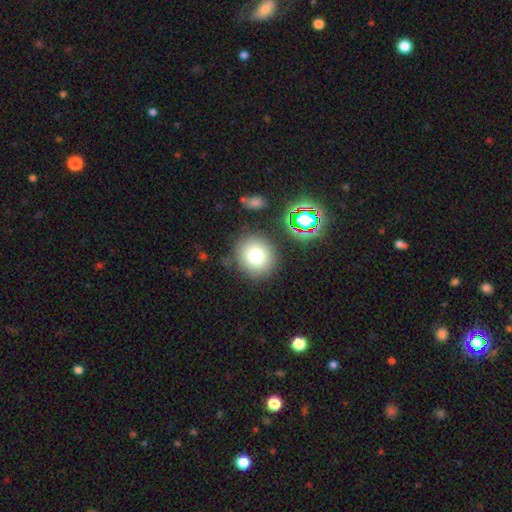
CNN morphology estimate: smooth 76%, star or artifact 14%, featured or disk 10%. Down the decision tree: how rounded — round (90%); merging — none (83%).